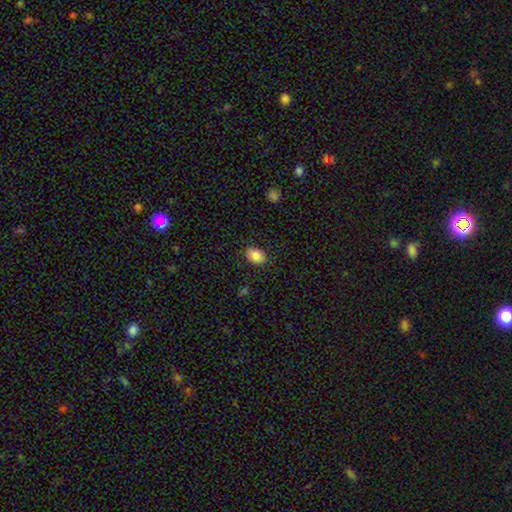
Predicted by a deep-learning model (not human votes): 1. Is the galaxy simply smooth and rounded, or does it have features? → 85% smooth, 8% star or artifact, 7% featured or disk.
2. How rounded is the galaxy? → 79% in between, 20% round, 1% cigar-shaped.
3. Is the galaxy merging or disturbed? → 86% none, 10% minor disturbance, 2% major disturbance, 1% merger.